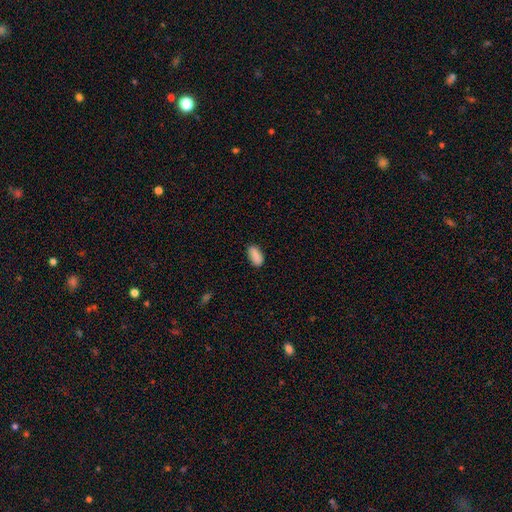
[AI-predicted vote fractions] This appears to be a smooth galaxy with no disk features (89%) that is in between round and cigar-shaped (91%). Merging: none (84%).